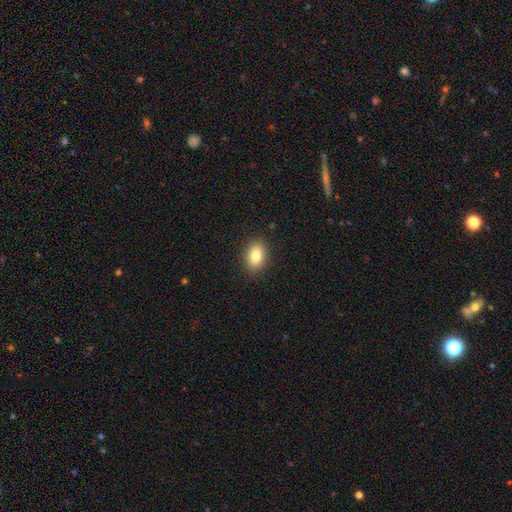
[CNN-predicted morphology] smooth-or-featured: smooth: 83% | star or artifact: 8% | featured or disk: 8%
  how-rounded: in between: 80% | round: 18% | cigar-shaped: 1%
  merging: none: 89% | minor disturbance: 8% | major disturbance: 2% | merger: 1%